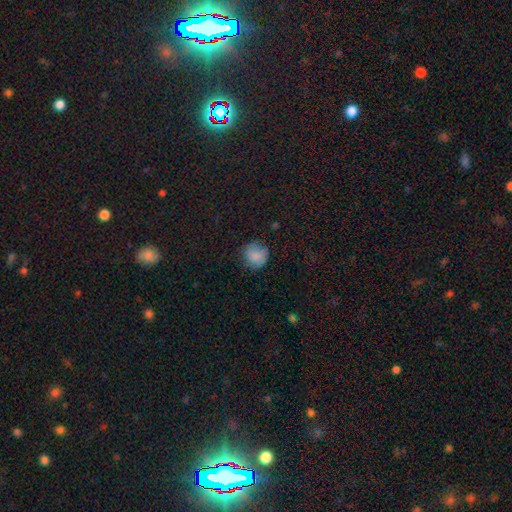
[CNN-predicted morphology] Overall: smooth (83%). How rounded: round (88%). Merging: none (74%).